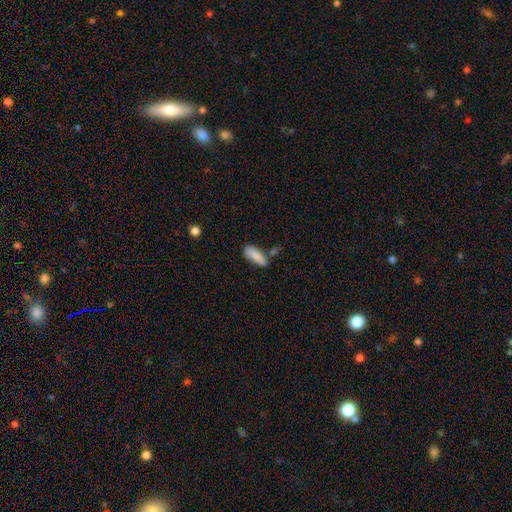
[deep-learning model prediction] This appears to be a smooth galaxy with no disk features (87%) that is in between round and cigar-shaped (58%). Merging: none (63%).